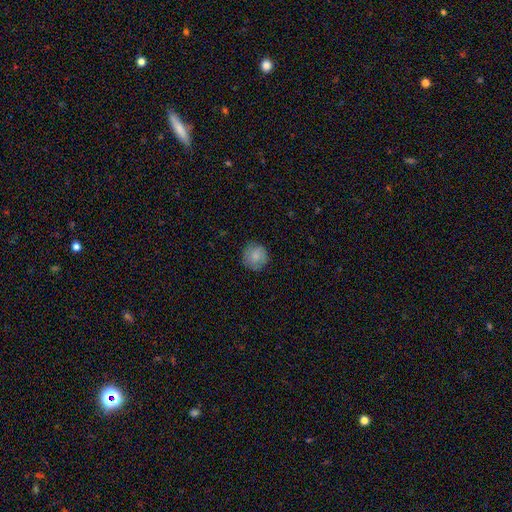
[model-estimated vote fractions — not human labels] A smooth galaxy with no disk features (81%) that is round (93%).

Vote fractions:
- Smooth or featured? smooth: 81% / featured or disk: 12% / star or artifact: 7%
- How rounded? round: 93% / in between: 6% / cigar-shaped: 1%
- Merging? none: 83% / minor disturbance: 13% / major disturbance: 3% / merger: 1%